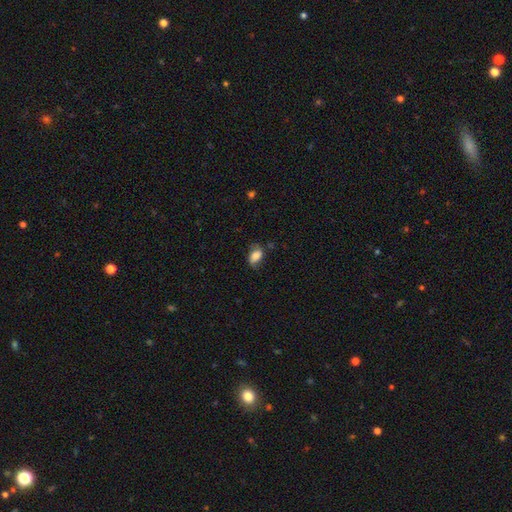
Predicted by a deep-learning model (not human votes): Morphology: type=smooth (68%); roundness=in between (86%); merging=none (58%).